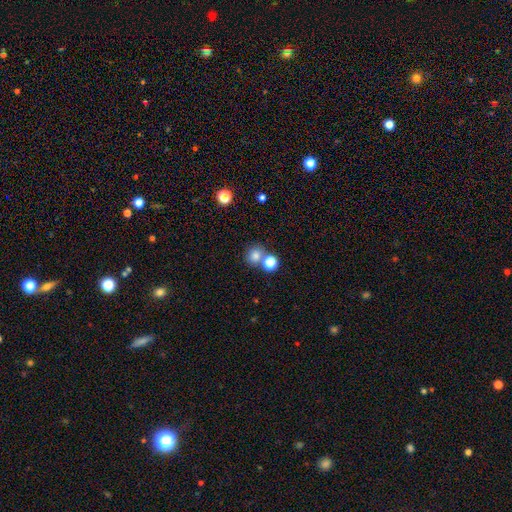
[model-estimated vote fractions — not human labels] The model was most divided on "merging": none: 59%, merger: 30%, minor disturbance: 8%, major disturbance: 3%. More confident: smooth or featured — smooth (79%); how rounded — round (77%).